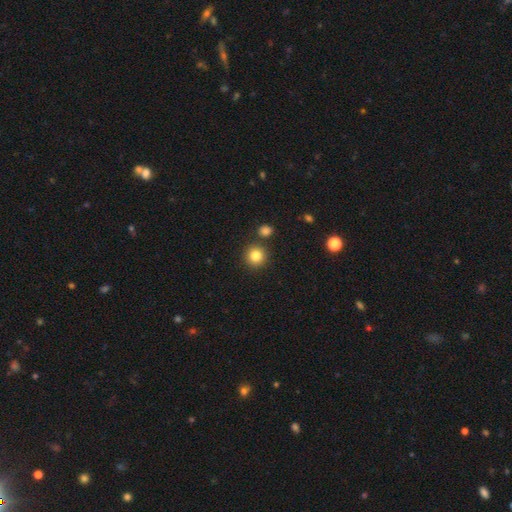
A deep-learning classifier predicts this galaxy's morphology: Smooth or featured? smooth (84%)
How rounded? round (92%)
Merging? none (84%)